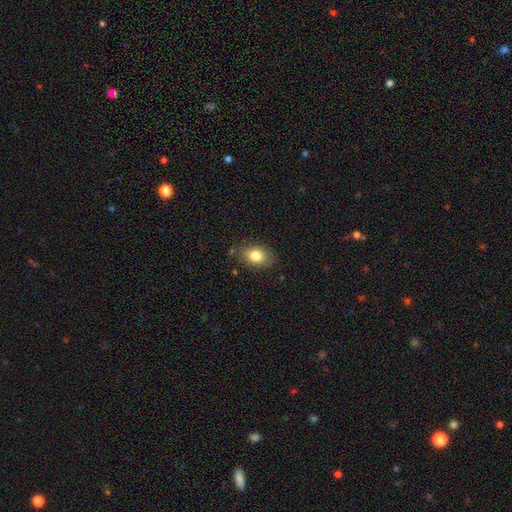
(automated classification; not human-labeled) The model was most divided on "how rounded": in between: 80%, round: 18%, cigar-shaped: 1%. More confident: smooth or featured — smooth (82%); merging — none (81%).